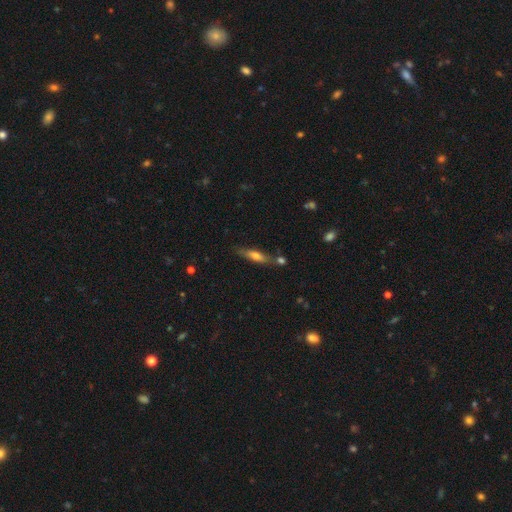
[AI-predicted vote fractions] Smooth or featured? smooth (58%)
How rounded? cigar-shaped (72%)
Merging? none (67%)